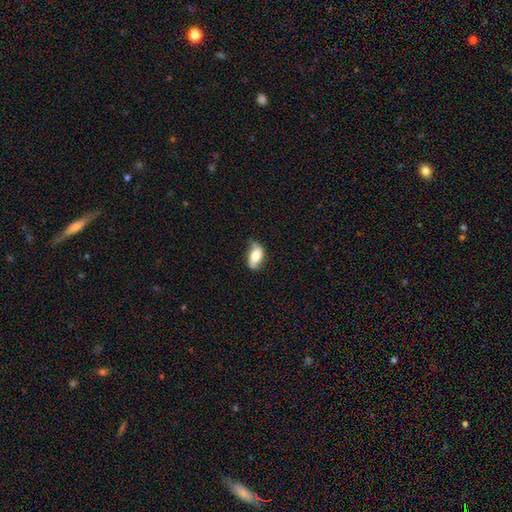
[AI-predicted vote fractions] This is likely a smooth galaxy (61%). How rounded: clearly in between (88%). Merging: possibly none (55%).